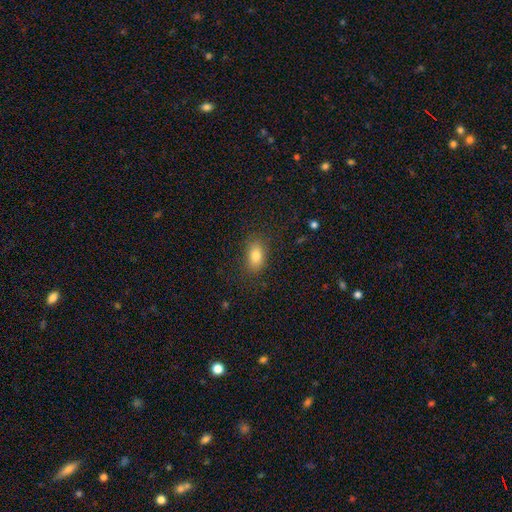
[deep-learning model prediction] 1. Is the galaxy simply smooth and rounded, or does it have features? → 82% smooth, 10% star or artifact, 9% featured or disk.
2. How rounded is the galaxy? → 87% in between, 9% round, 4% cigar-shaped.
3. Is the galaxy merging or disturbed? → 82% none, 12% minor disturbance, 4% major disturbance, 1% merger.